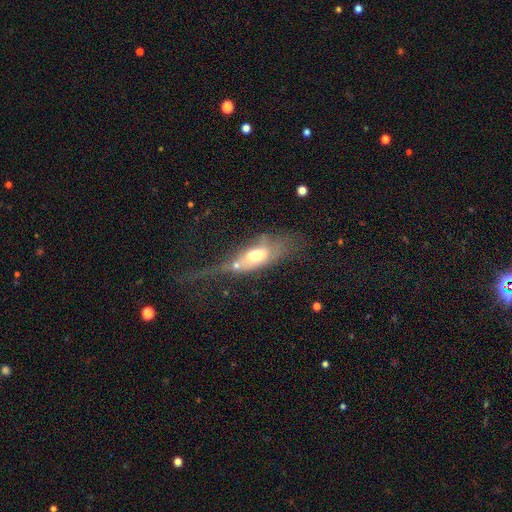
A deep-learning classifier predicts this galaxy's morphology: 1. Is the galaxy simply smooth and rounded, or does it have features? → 55% smooth, 36% featured or disk, 9% star or artifact.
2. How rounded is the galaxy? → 75% in between, 19% cigar-shaped, 6% round.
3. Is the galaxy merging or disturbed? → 35% major disturbance, 24% merger, 23% none, 18% minor disturbance.